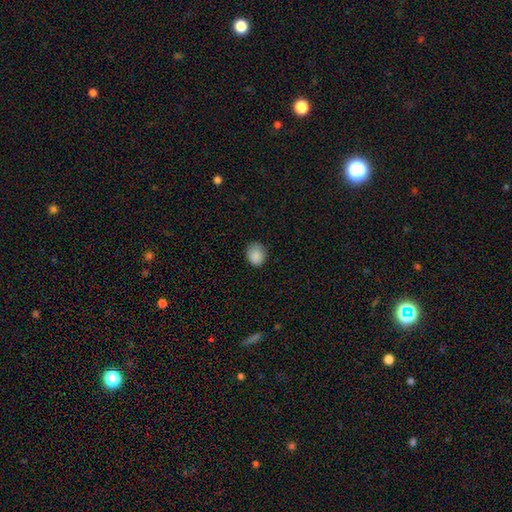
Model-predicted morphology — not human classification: type=smooth (87%); roundness=round (63%); merging=none (77%).